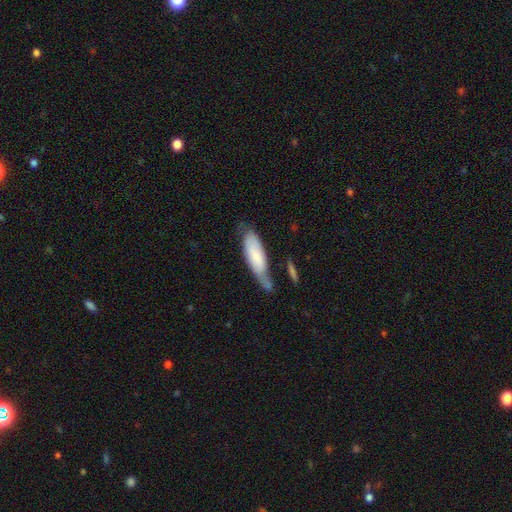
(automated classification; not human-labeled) smooth 67%, featured or disk 27%, star or artifact 6%. Down the decision tree: how rounded — in between (55%); merging — none (39%).